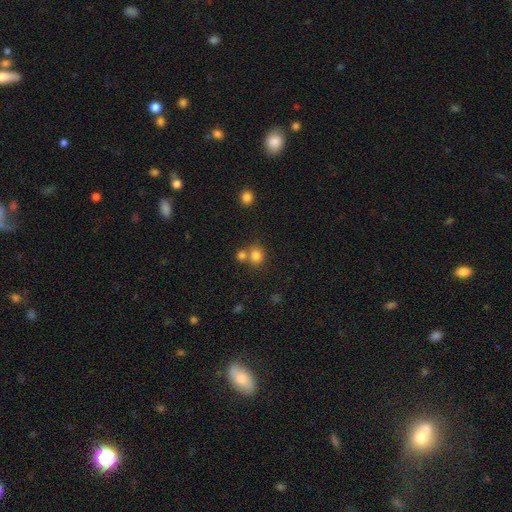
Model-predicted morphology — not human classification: smooth 80%, star or artifact 13%, featured or disk 7%. Down the decision tree: how rounded — round (80%); merging — none (55%).